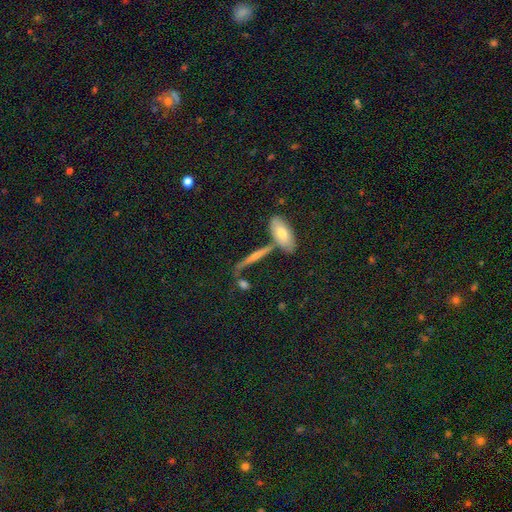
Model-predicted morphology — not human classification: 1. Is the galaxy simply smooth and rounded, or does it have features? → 47% smooth, 42% featured or disk, 12% star or artifact.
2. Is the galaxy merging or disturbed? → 66% none, 16% merger, 13% minor disturbance, 5% major disturbance.